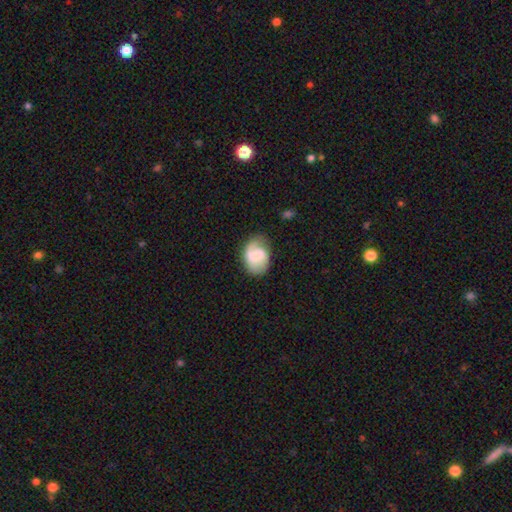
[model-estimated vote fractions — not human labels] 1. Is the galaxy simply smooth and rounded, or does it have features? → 56% featured or disk, 38% smooth, 7% star or artifact.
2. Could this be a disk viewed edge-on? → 97% no, 3% yes.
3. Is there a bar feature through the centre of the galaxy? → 47% weak, 42% no, 11% strong.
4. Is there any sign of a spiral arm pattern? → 89% yes, 11% no.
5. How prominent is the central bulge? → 49% small, 33% moderate, 12% none, 5% large, 2% dominant.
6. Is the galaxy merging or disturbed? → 65% none, 24% minor disturbance, 9% major disturbance, 2% merger.